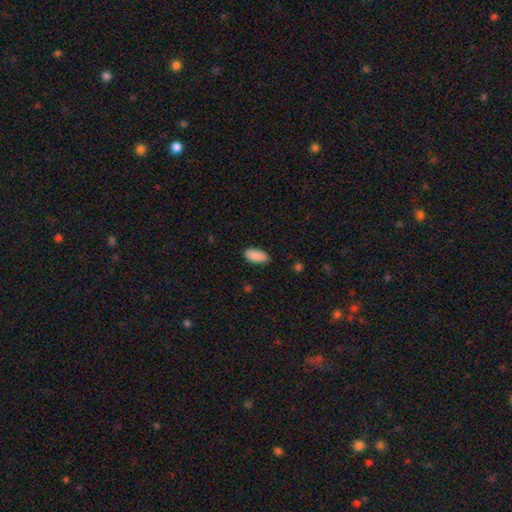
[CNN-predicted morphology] This appears to be a smooth galaxy with no disk features (90%) that is in between round and cigar-shaped (89%). Merging: none (86%).